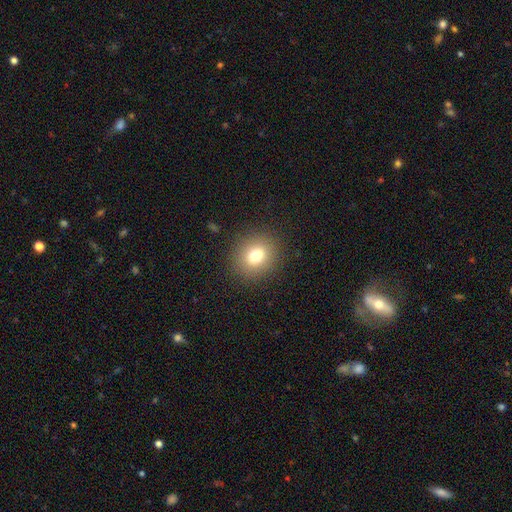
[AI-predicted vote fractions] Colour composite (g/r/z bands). It shows a smooth galaxy with no disk features (77%) that is round (73%). Merging: none (89%).